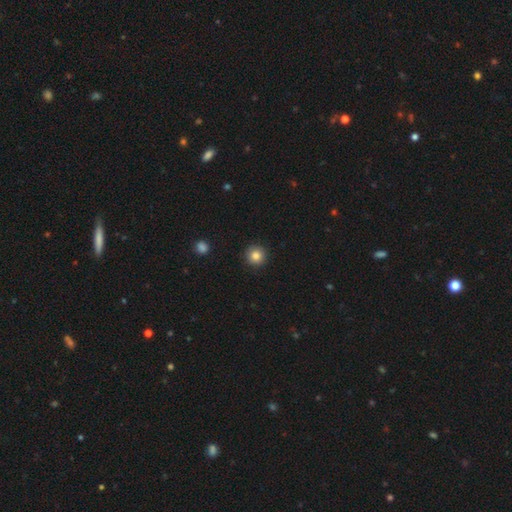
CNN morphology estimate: Smooth or featured?
  - smooth: 84% *
  - star or artifact: 10%
  - featured or disk: 5%
How rounded?
  - round: 95% *
  - in between: 4%
  - cigar-shaped: 1%
Merging?
  - none: 92% *
  - minor disturbance: 6%
  - major disturbance: 2%
  - merger: 1%